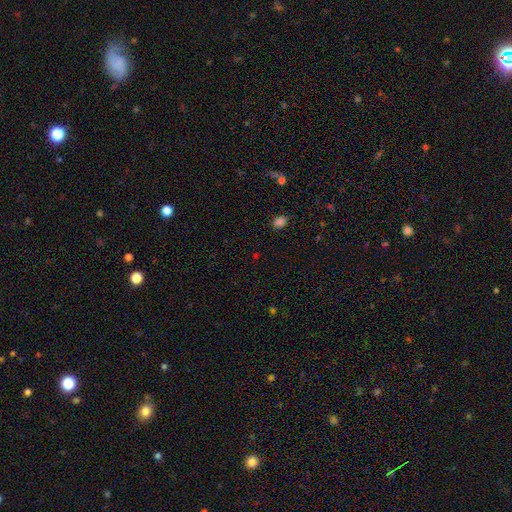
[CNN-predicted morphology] Smooth or featured: smooth — 49% (star or artifact — 46%)
Merging: none — 82% (minor disturbance — 10%)